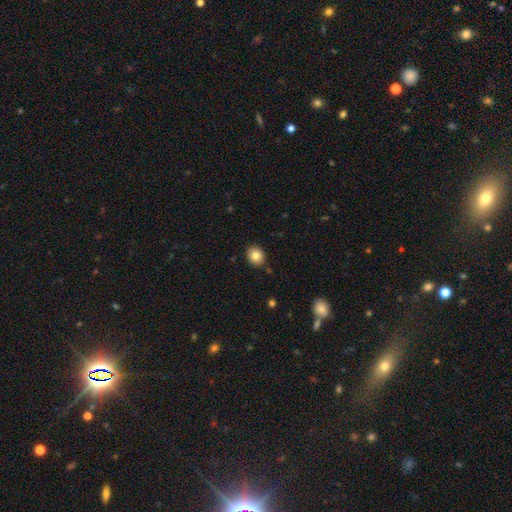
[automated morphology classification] smooth-or-featured: smooth: 82% | star or artifact: 10% | featured or disk: 8%
  how-rounded: round: 72% | in between: 27% | cigar-shaped: 1%
  merging: none: 89% | minor disturbance: 8% | major disturbance: 2% | merger: 1%